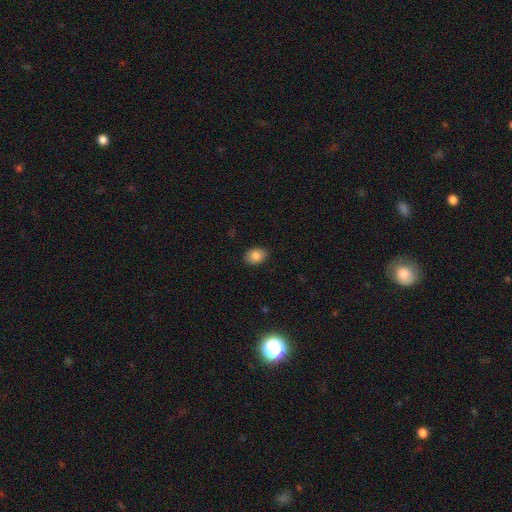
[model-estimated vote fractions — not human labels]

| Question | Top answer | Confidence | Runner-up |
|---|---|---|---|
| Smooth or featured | smooth | 86% | star or artifact (8%) |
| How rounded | in between | 77% | round (22%) |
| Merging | none | 88% | minor disturbance (9%) |